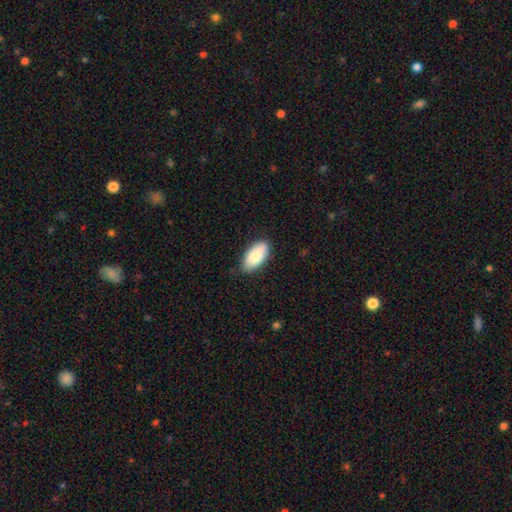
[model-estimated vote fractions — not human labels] Q: Smooth or featured?
A: smooth (85%); runner-up: featured or disk (10%)
Q: How rounded?
A: in between (93%); runner-up: cigar-shaped (5%)
Q: Merging?
A: none (83%); runner-up: minor disturbance (14%)